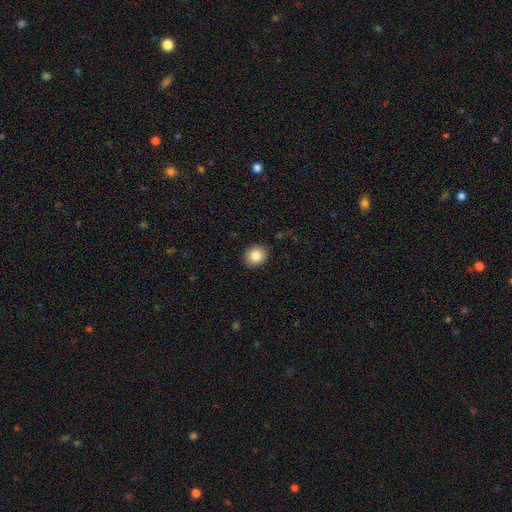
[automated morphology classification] smooth 84%, star or artifact 9%, featured or disk 7%. Down the decision tree: how rounded — round (66%); merging — none (89%).